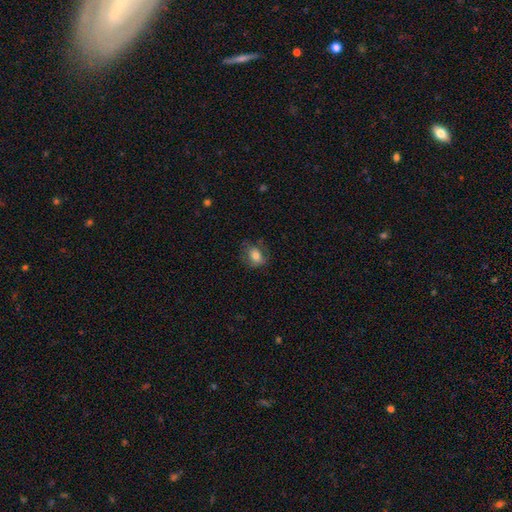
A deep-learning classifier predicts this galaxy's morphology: smooth 73%, featured or disk 18%, star or artifact 9%. Down the decision tree: how rounded — in between (53%); merging — none (65%).